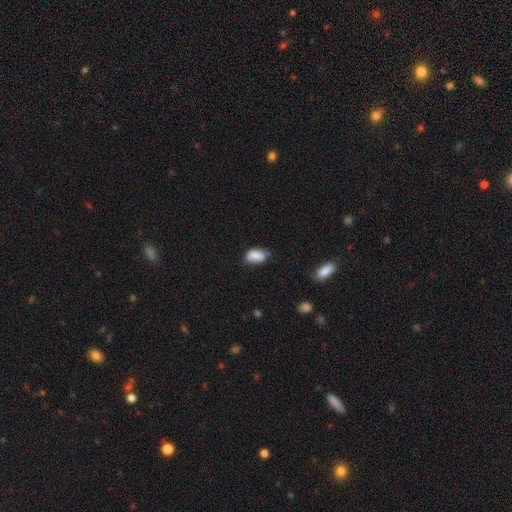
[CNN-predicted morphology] smooth_or_featured: smooth (p=0.77) [alt: featured or disk p=0.15]
how_rounded: in between (p=0.89) [alt: round p=0.08]
merging: none (p=0.55) [alt: minor disturbance p=0.32]